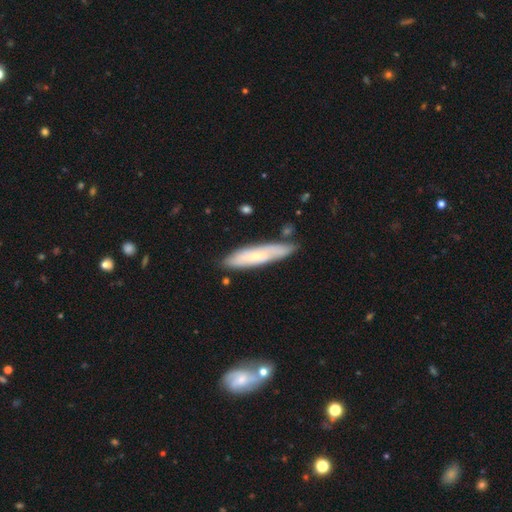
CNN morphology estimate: Smooth or featured?
  - smooth: 53% *
  - featured or disk: 41%
  - star or artifact: 6%
How rounded?
  - cigar-shaped: 78% *
  - in between: 21%
  - round: 1%
Merging?
  - none: 78% *
  - minor disturbance: 16%
  - merger: 3%
  - major disturbance: 3%